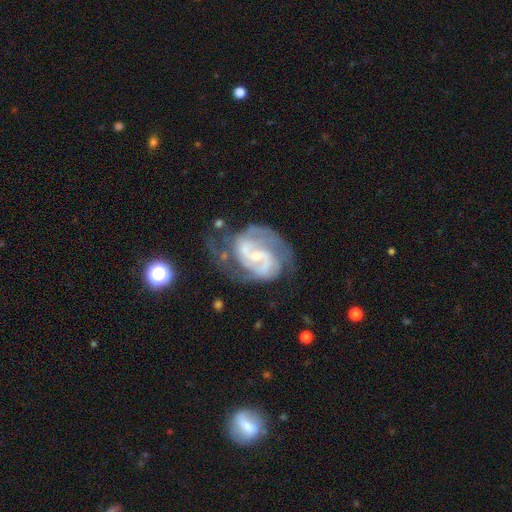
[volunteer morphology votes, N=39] Smooth or featured? featured or disk (87%)
Edge-on disk? no (100%)
Bar? weak (50%)
Spiral arms? yes (100%)
Spiral winding? medium (53%)
Spiral arm count? 2 (65%)
Bulge size? small (68%)
Merging? none (57%)